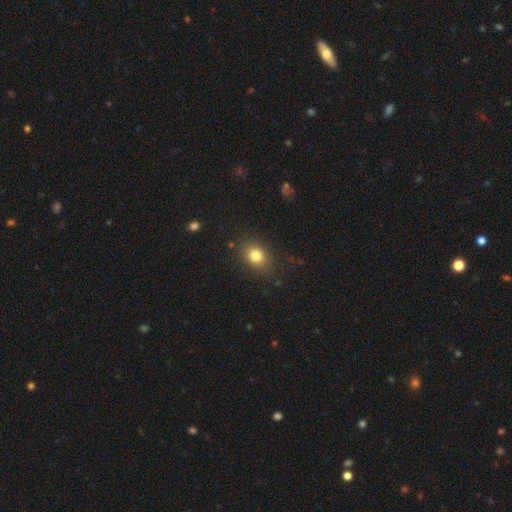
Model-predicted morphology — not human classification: smooth 80%, star or artifact 12%, featured or disk 8%. Down the decision tree: how rounded — in between (52%); merging — none (85%).